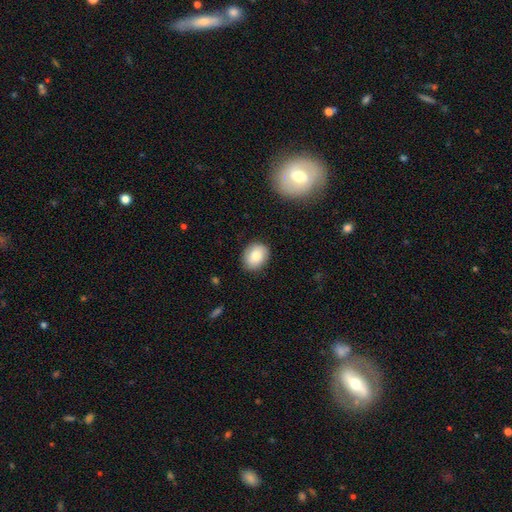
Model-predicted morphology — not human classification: This appears to be a smooth galaxy with no disk features (80%) that is round (53%). Merging: none (86%).